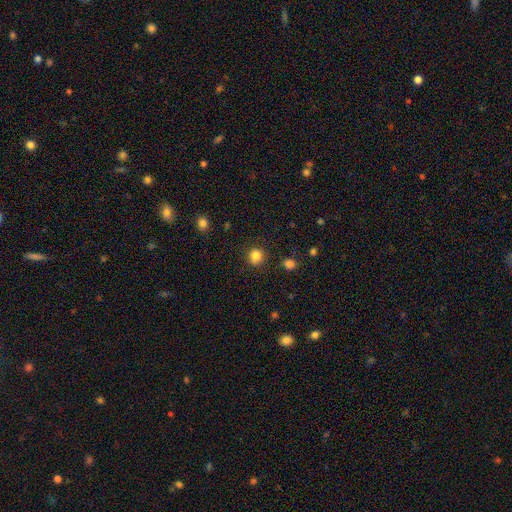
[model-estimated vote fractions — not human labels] This appears to be a smooth galaxy with no disk features (84%) that is round (83%). Merging: none (84%).